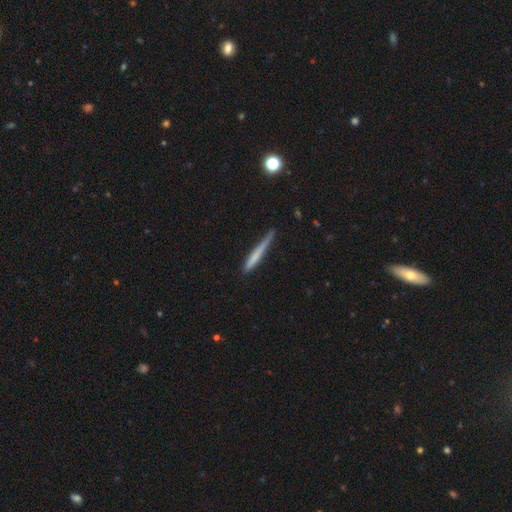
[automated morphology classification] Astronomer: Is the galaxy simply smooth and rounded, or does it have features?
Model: smooth — 64%.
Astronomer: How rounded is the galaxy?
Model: cigar-shaped — 96%.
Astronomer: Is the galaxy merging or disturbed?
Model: none — 72%.